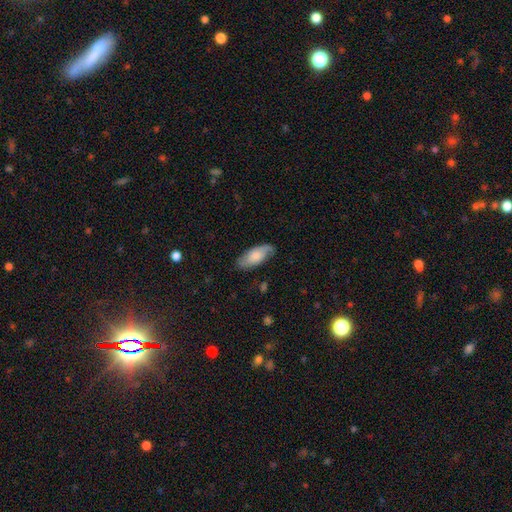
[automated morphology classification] This appears to be a smooth galaxy with no disk features (63%) that is in between round and cigar-shaped (86%). Merging: none (73%).